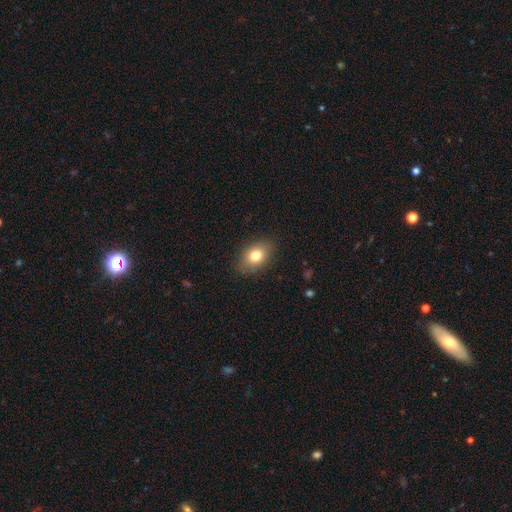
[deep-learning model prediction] Smooth or featured?
  - smooth: 79% *
  - featured or disk: 12%
  - star or artifact: 9%
How rounded?
  - in between: 80% *
  - round: 19%
  - cigar-shaped: 1%
Merging?
  - none: 85% *
  - minor disturbance: 11%
  - major disturbance: 3%
  - merger: 1%